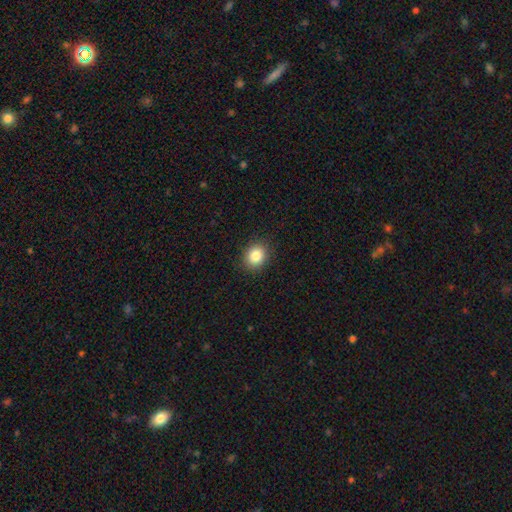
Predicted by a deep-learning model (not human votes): Smooth or featured? Predicted: smooth (p=0.85). How rounded? Predicted: round (p=0.65). Merging? Predicted: none (p=0.90).